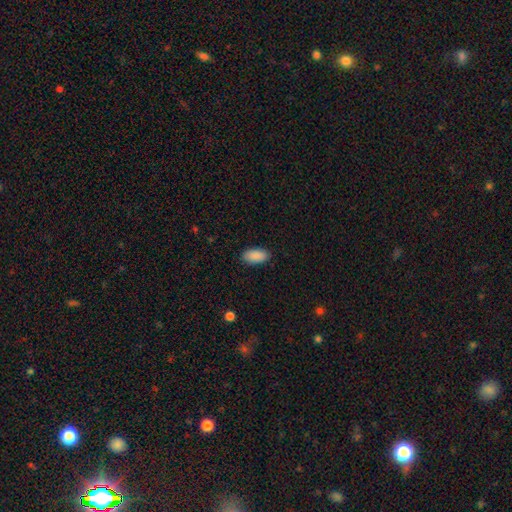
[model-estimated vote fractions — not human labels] Smooth or featured: smooth — 91% (star or artifact — 6%)
How rounded: in between — 94% (cigar-shaped — 4%)
Merging: none — 89% (minor disturbance — 8%)